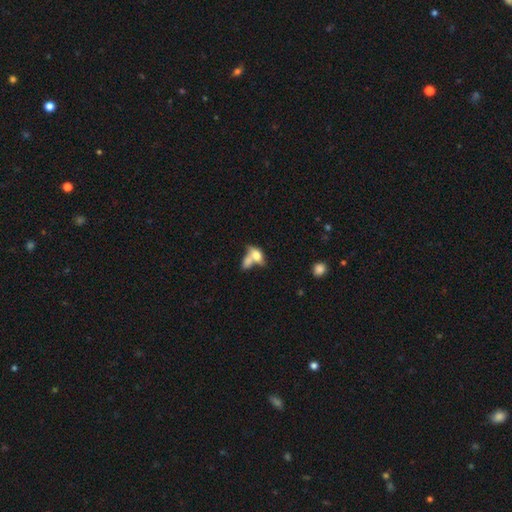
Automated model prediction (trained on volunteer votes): This appears to be a smooth galaxy with no disk features (69%) that is in between round and cigar-shaped (81%). Merging: merger (62%).